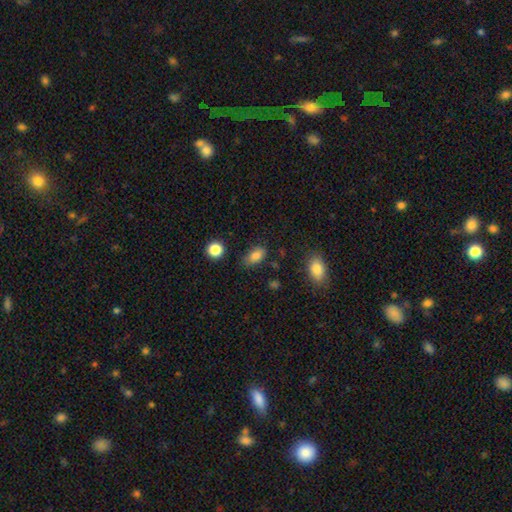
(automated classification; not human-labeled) The model was most divided on "merging": none: 75%, minor disturbance: 18%, major disturbance: 4%, merger: 3%. More confident: how rounded — in between (87%); smooth or featured — smooth (82%).